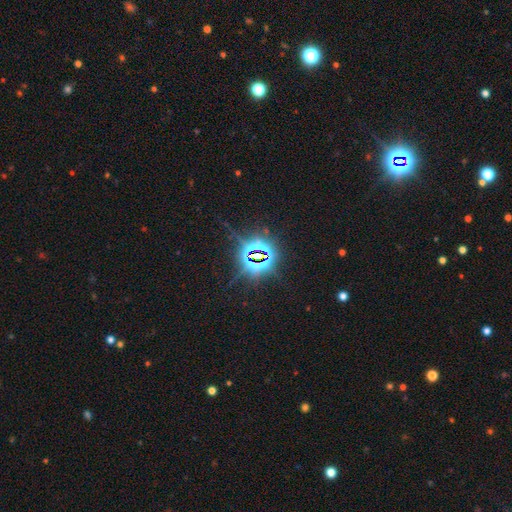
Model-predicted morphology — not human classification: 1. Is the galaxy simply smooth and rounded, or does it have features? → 85% star or artifact, 8% smooth, 7% featured or disk.